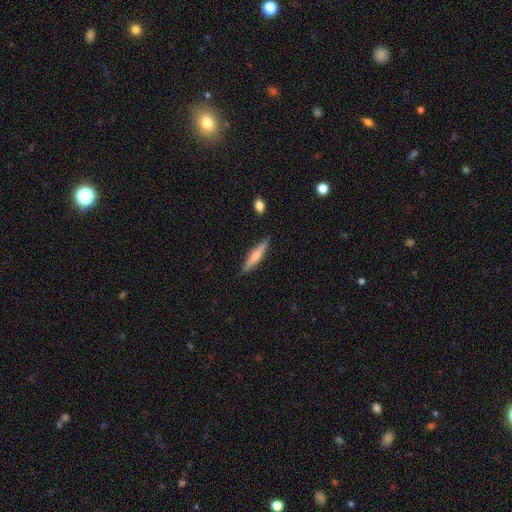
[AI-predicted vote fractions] Smooth or featured: smooth — 57% (featured or disk — 37%)
How rounded: cigar-shaped — 87% (in between — 11%)
Merging: none — 87% (minor disturbance — 9%)